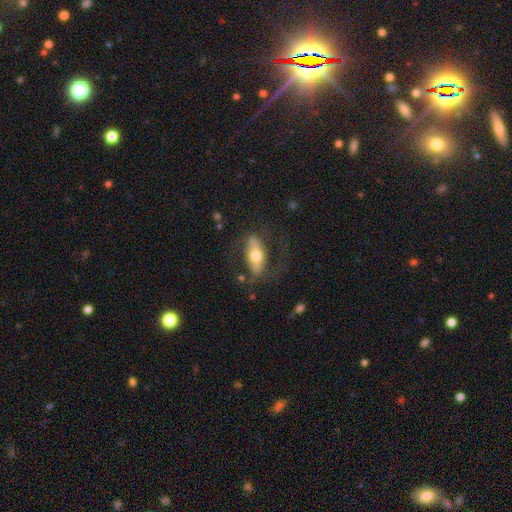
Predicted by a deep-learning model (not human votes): The model was most divided on "smooth or featured": featured or disk: 48%, smooth: 46%, star or artifact: 6%. More confident: merging — none (67%).